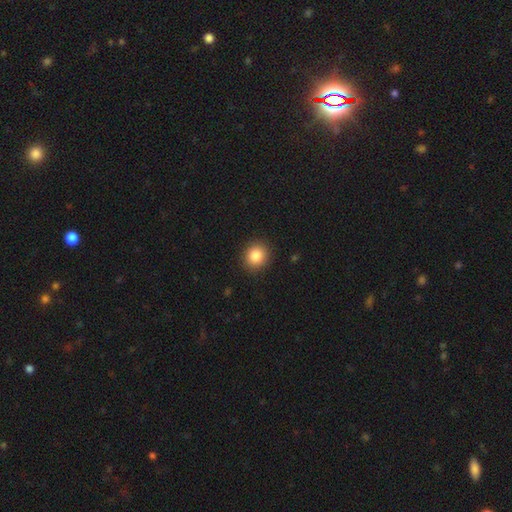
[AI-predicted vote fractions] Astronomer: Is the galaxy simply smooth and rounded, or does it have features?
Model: smooth — 85%.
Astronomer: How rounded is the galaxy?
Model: round — 86%.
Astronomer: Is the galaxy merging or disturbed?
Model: none — 91%.